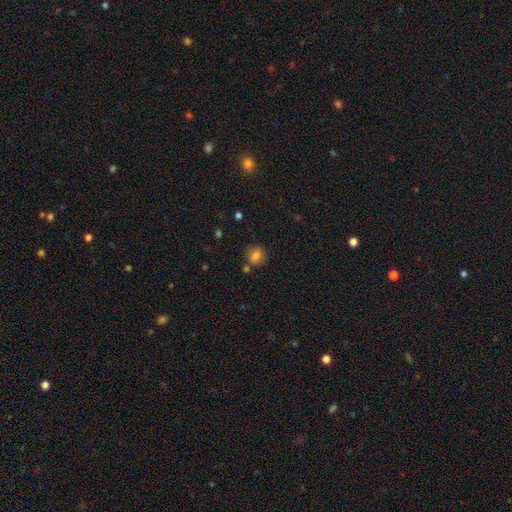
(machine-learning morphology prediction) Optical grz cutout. It shows a smooth galaxy with no disk features (80%) that is round (78%). Merging: none (77%).